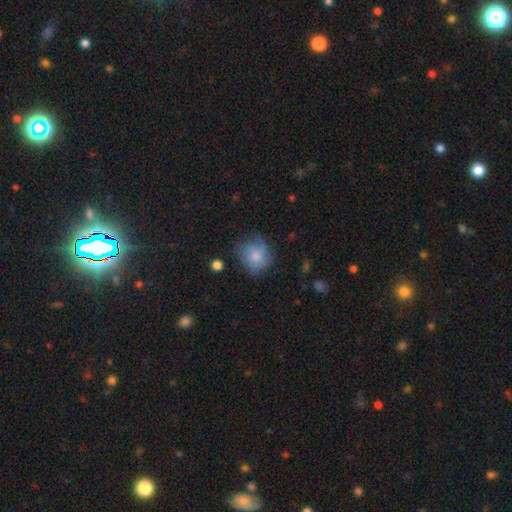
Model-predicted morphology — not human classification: A smooth galaxy with no disk features (76%) that is round (77%). Merging: none (58%).